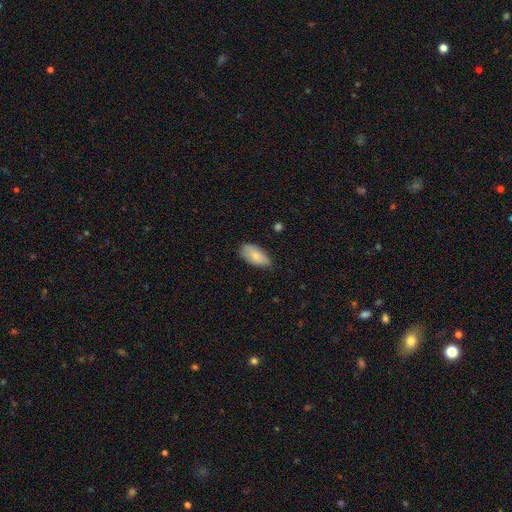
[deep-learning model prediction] Smooth or featured? smooth (77%)
How rounded? in between (93%)
Merging? none (65%)